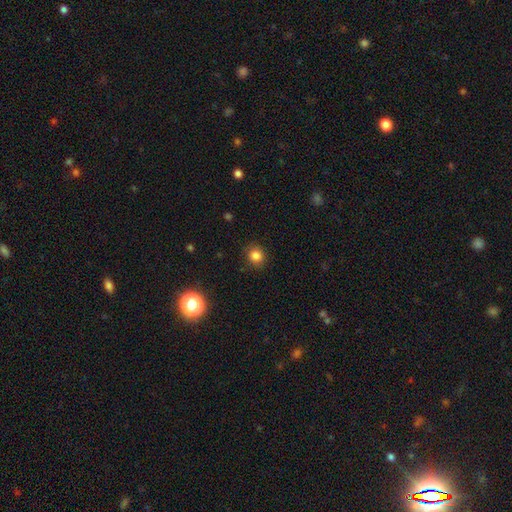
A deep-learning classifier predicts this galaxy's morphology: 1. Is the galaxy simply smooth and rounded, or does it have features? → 83% smooth, 13% star or artifact, 4% featured or disk.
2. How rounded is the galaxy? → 85% round, 14% in between, 1% cigar-shaped.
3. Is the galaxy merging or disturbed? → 89% none, 7% minor disturbance, 2% major disturbance, 1% merger.